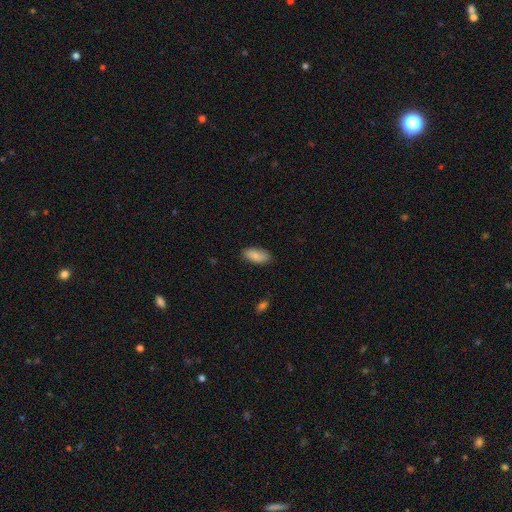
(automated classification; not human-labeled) Morphology: type=smooth (86%); roundness=in between (91%); merging=none (83%).